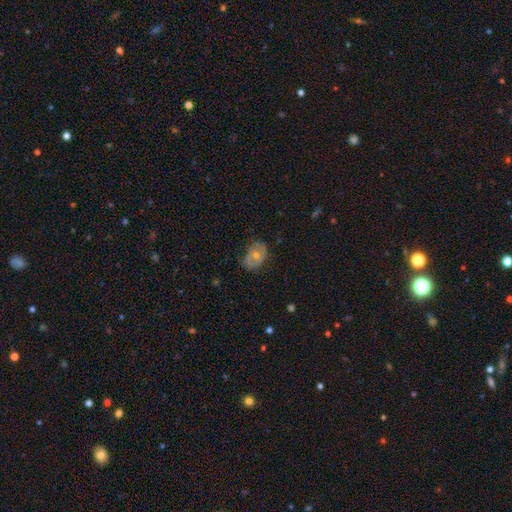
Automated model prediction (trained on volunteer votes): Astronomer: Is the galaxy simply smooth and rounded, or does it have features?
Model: featured or disk — 50% (runner-up: smooth, 42%).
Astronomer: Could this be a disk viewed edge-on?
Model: no — 94%.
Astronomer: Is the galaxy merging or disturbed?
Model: none — 64%.